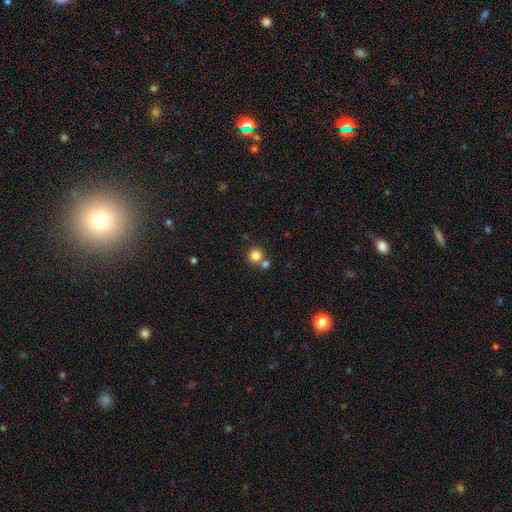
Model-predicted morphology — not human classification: smooth_or_featured: smooth (p=0.83) [alt: star or artifact p=0.11]
how_rounded: round (p=0.93) [alt: in between p=0.06]
merging: none (p=0.65) [alt: merger p=0.26]